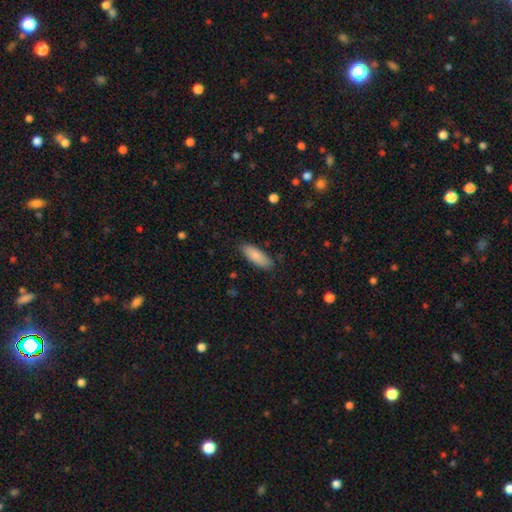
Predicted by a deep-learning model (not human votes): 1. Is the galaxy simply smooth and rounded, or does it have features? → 87% smooth, 8% featured or disk, 6% star or artifact.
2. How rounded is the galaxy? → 69% in between, 29% cigar-shaped, 2% round.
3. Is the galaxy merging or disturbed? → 85% none, 11% minor disturbance, 2% major disturbance, 1% merger.